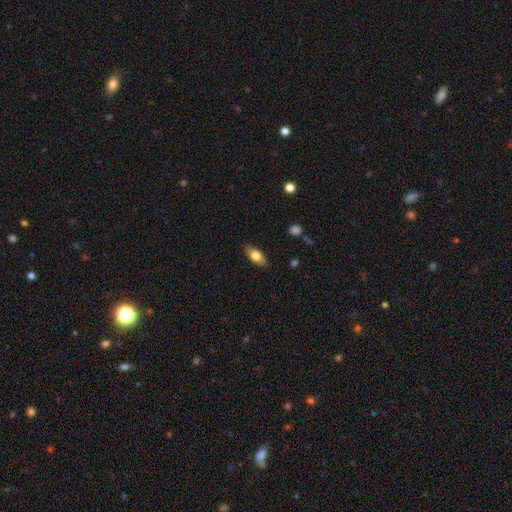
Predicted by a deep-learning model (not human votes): smooth 74%, featured or disk 19%, star or artifact 7%. Down the decision tree: how rounded — in between (84%); merging — none (85%).